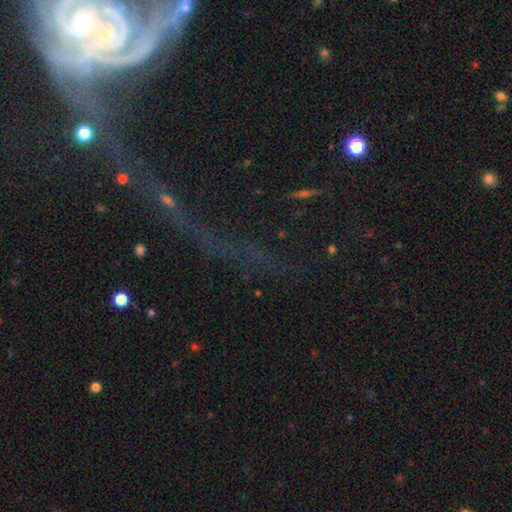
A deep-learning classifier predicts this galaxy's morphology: Smooth or featured?
  - star or artifact: 58% *
  - featured or disk: 25%
  - smooth: 17%